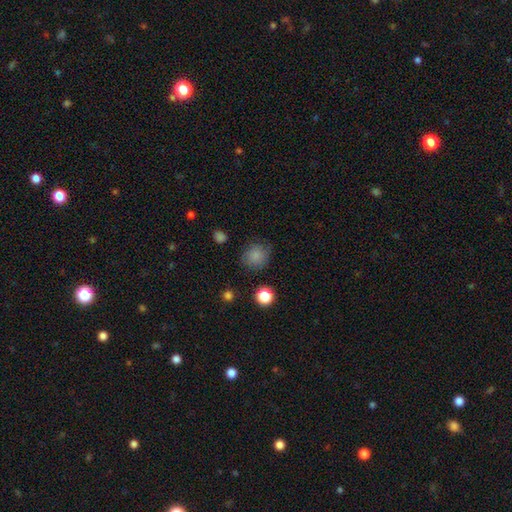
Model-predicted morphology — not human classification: Q: Smooth or featured?
A: smooth (83%); runner-up: star or artifact (12%)
Q: How rounded?
A: round (86%); runner-up: in between (13%)
Q: Merging?
A: none (79%); runner-up: minor disturbance (15%)